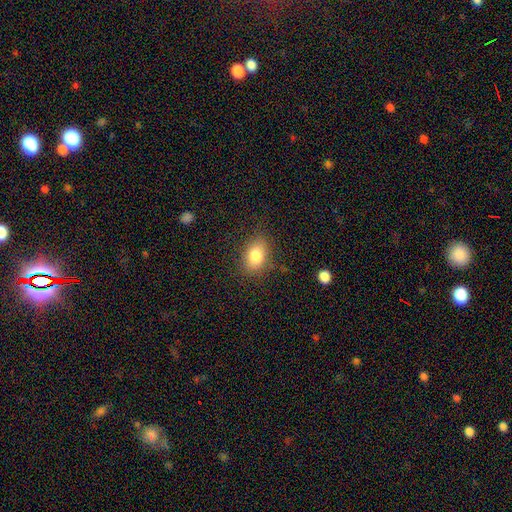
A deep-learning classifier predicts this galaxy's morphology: Smooth or featured: smooth — 82% (featured or disk — 9%)
How rounded: in between — 79% (round — 19%)
Merging: none — 83% (minor disturbance — 12%)